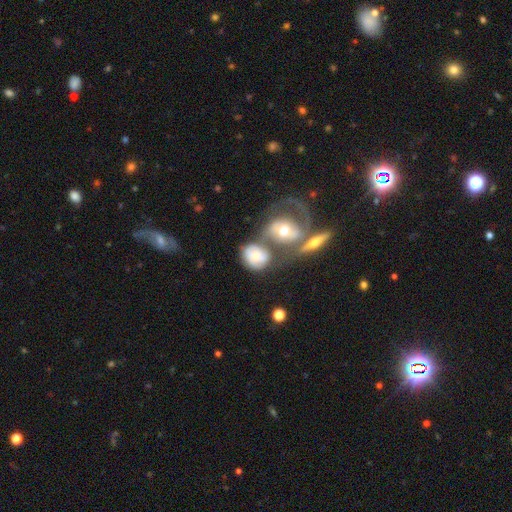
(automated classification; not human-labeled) Q: Smooth or featured?
A: featured or disk (49%); runner-up: smooth (44%)
Q: Merging?
A: merger (45%); runner-up: none (28%)